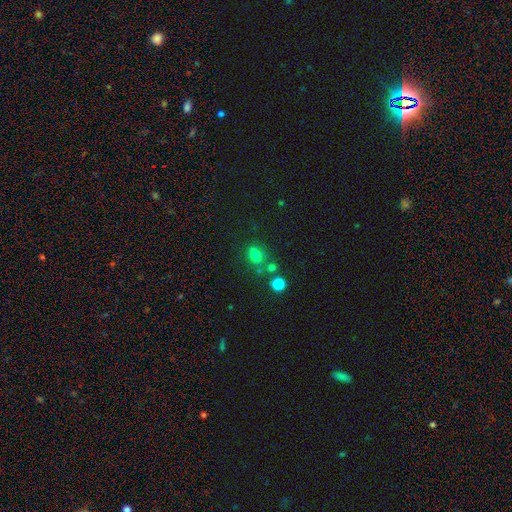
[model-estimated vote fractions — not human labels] A smooth galaxy with no disk features (66%) that is round (72%).

Vote fractions:
- Smooth or featured? smooth: 66% / star or artifact: 22% / featured or disk: 11%
- How rounded? round: 72% / in between: 27% / cigar-shaped: 1%
- Merging? none: 54% / merger: 28% / minor disturbance: 12% / major disturbance: 6%